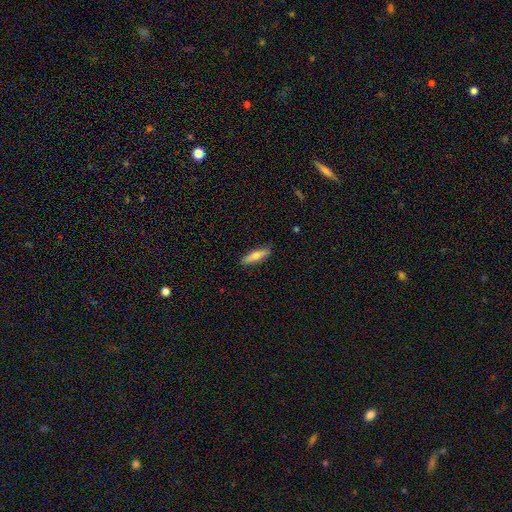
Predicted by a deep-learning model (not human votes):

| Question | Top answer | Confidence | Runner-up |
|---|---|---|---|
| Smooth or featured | smooth | 72% | featured or disk (22%) |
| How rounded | cigar-shaped | 65% | in between (33%) |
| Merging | none | 84% | minor disturbance (12%) |